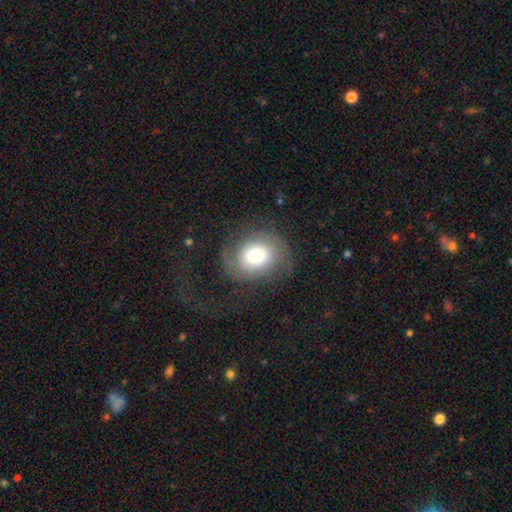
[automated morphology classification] smooth_or_featured: featured or disk (p=0.47) [alt: smooth p=0.44]
merging: none (p=0.60) [alt: major disturbance p=0.20]